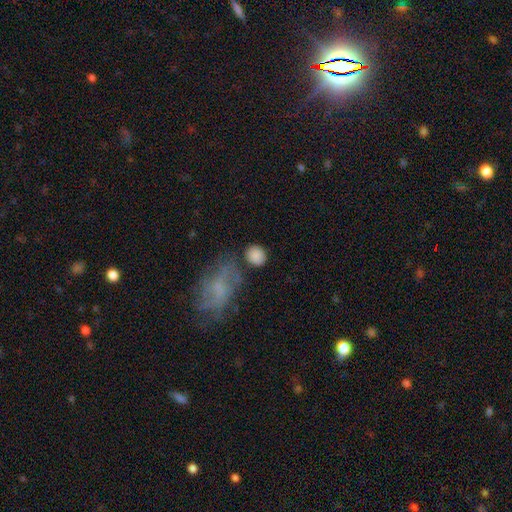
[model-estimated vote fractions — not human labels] Smooth or featured: smooth — 86% (star or artifact — 8%)
How rounded: round — 68% (in between — 31%)
Merging: none — 74% (minor disturbance — 13%)